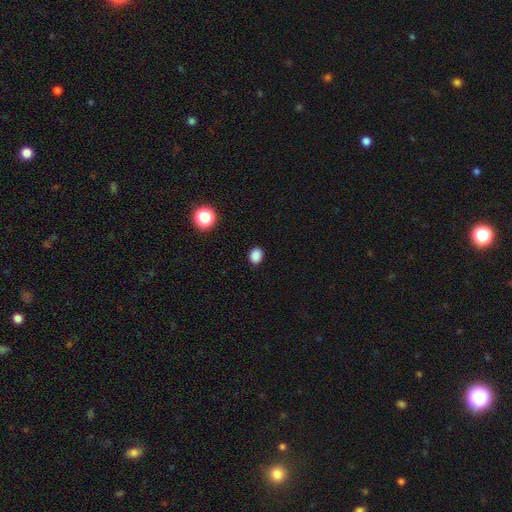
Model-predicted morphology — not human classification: smooth 85%, star or artifact 12%, featured or disk 3%. Down the decision tree: how rounded — round (59%); merging — none (90%).